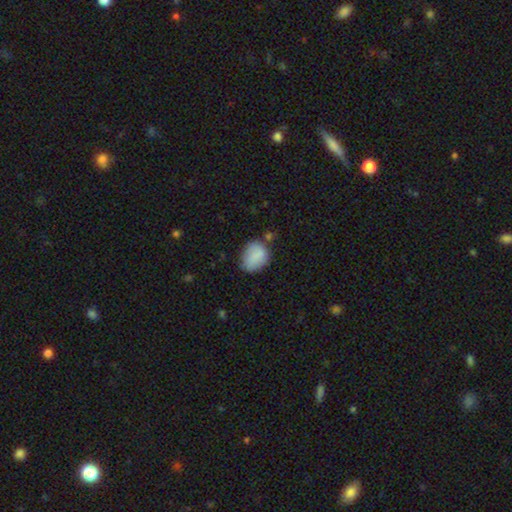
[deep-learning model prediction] smooth_or_featured: smooth (p=0.84) [alt: featured or disk p=0.09]
how_rounded: in between (p=0.51) [alt: round p=0.48]
merging: none (p=0.62) [alt: minor disturbance p=0.26]